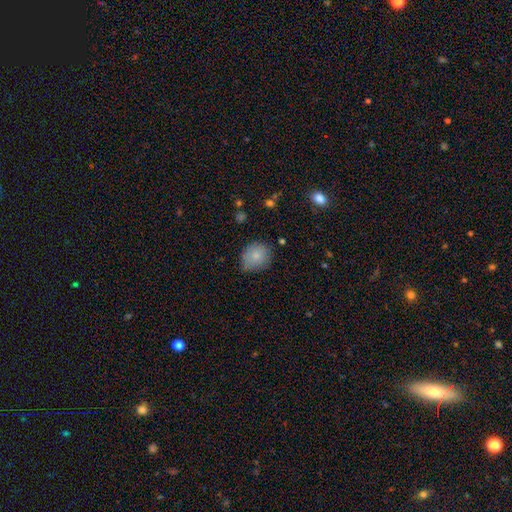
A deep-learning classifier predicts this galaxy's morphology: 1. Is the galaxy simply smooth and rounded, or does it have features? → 82% smooth, 9% featured or disk, 9% star or artifact.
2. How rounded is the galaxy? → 68% round, 31% in between, 1% cigar-shaped.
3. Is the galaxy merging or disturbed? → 68% none, 25% minor disturbance, 5% major disturbance, 2% merger.